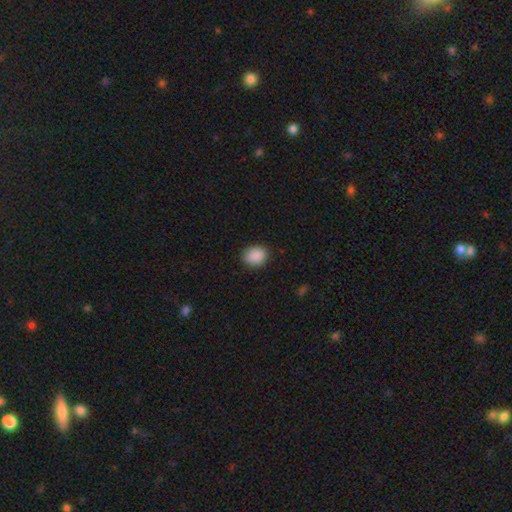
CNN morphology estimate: Smooth or featured? smooth (89%)
How rounded? round (51%)
Merging? none (86%)